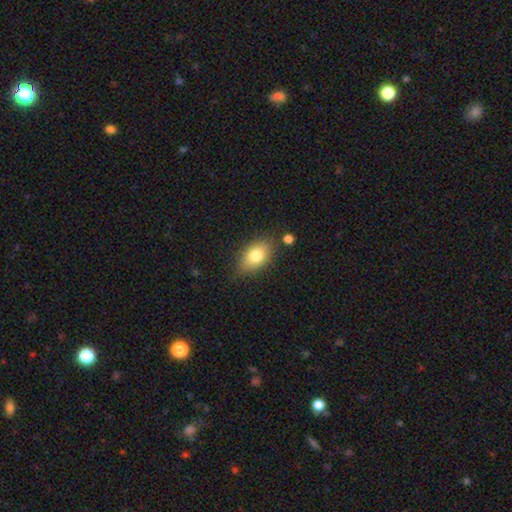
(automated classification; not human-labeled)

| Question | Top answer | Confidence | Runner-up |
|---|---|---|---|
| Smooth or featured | smooth | 77% | featured or disk (14%) |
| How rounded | in between | 84% | round (13%) |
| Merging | none | 76% | minor disturbance (17%) |